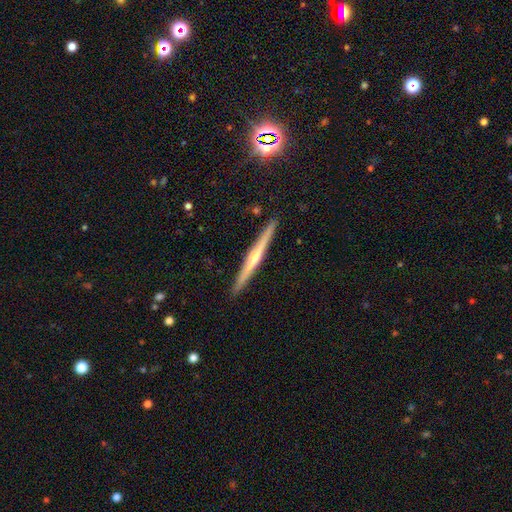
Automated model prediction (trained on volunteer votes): The model was most divided on "edge-on bulge": rounded: 55%, none: 38%, boxy: 8%. More confident: edge-on disk — yes (98%); merging — none (92%); smooth or featured — featured or disk (65%).